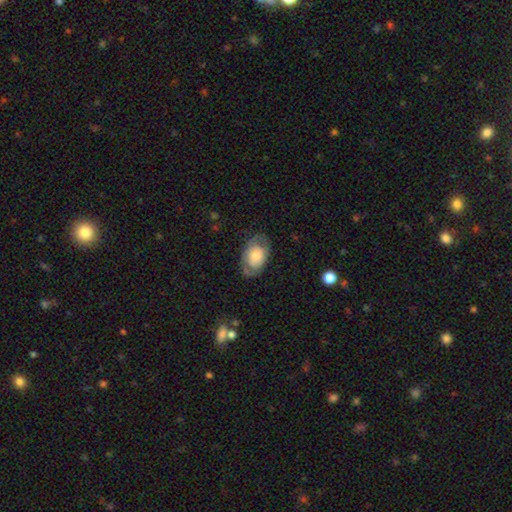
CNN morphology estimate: Smooth or featured? Predicted: smooth (p=0.56). How rounded? Predicted: in between (p=0.86). Merging? Predicted: none (p=0.67).